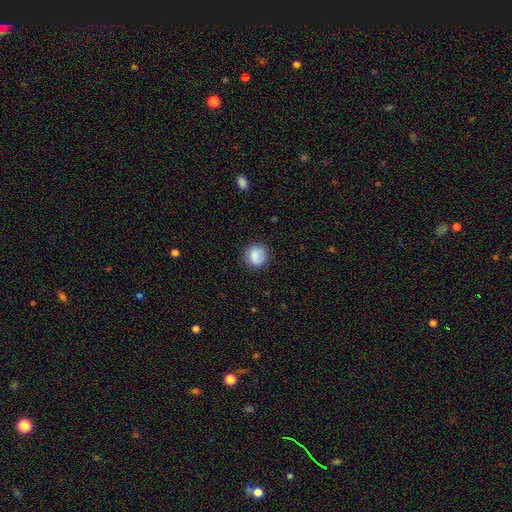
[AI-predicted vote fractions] The model was most divided on "merging": none: 84%, minor disturbance: 12%, major disturbance: 3%, merger: 1%. More confident: how rounded — round (88%); smooth or featured — smooth (86%).